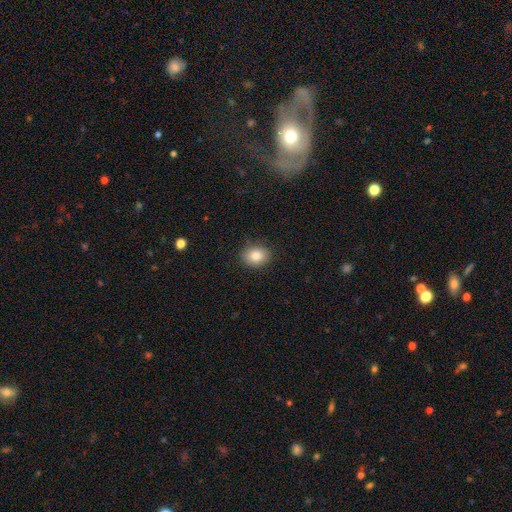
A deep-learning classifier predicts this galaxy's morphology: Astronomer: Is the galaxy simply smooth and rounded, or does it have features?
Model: smooth — 85%.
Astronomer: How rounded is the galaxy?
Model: round — 53% (runner-up: in between, 47%).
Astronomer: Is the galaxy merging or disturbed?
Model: none — 87%.